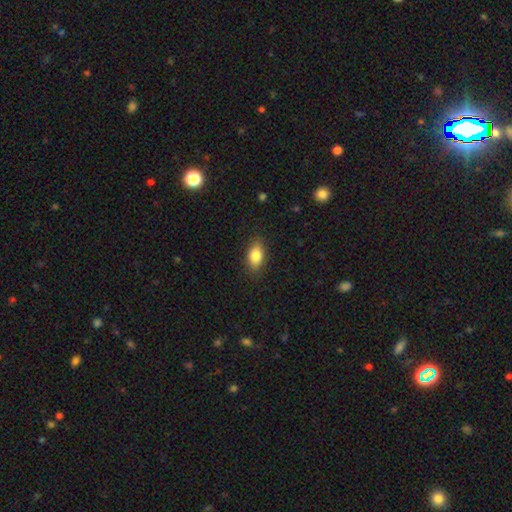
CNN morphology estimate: This is clearly a smooth galaxy (83%). How rounded: clearly in between (86%). Merging: clearly none (86%).